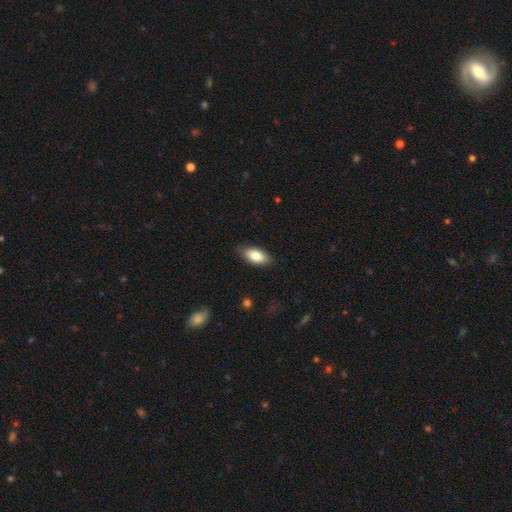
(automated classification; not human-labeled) The model was most divided on "smooth or featured": smooth: 81%, featured or disk: 13%, star or artifact: 6%. More confident: how rounded — in between (90%); merging — none (84%).